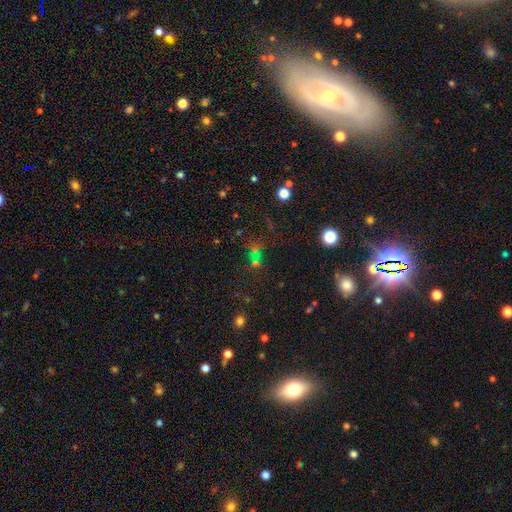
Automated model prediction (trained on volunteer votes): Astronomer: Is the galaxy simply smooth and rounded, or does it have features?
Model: star or artifact — 50% (runner-up: smooth, 36%).